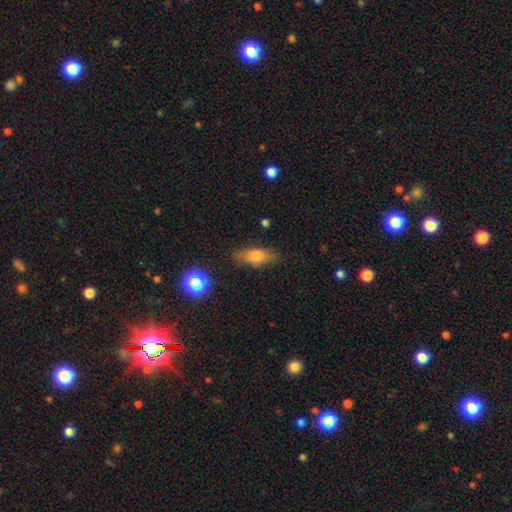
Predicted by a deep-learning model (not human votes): Morphology: type=smooth (69%); roundness=in between (69%); merging=none (80%).